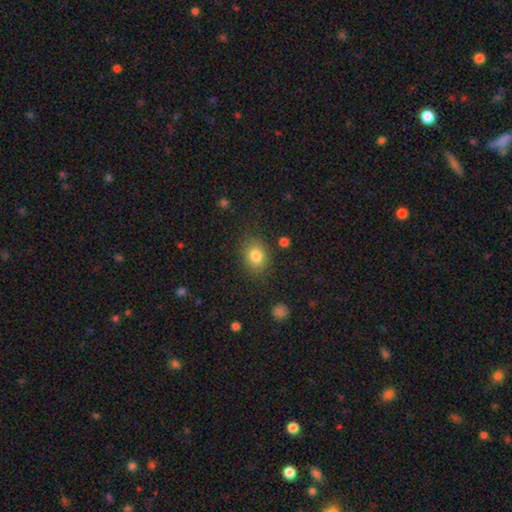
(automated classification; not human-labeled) This is clearly a smooth galaxy (82%). How rounded: possibly in between (54%). Merging: likely none (80%).